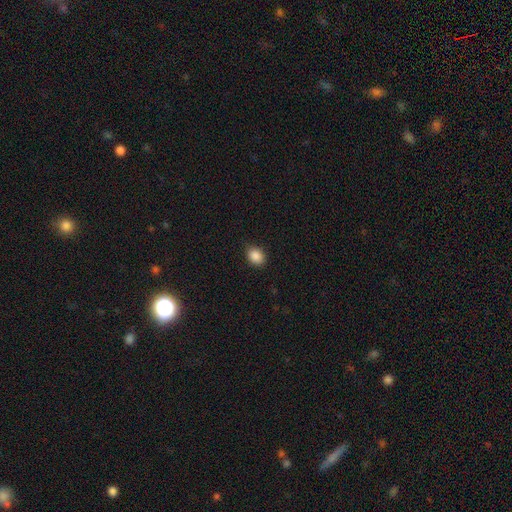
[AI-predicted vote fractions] Smooth or featured: smooth — 88% (star or artifact — 9%)
How rounded: in between — 54% (round — 45%)
Merging: none — 81% (minor disturbance — 16%)